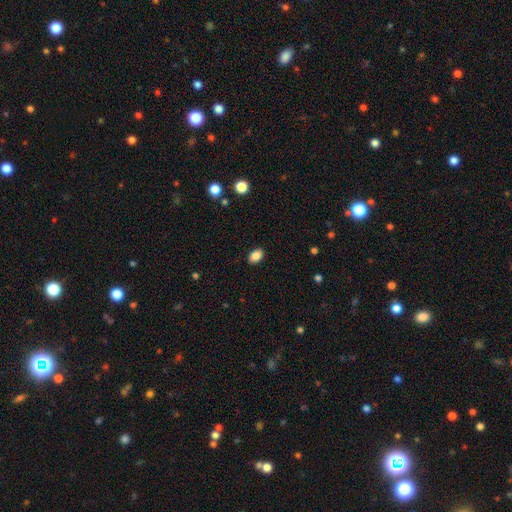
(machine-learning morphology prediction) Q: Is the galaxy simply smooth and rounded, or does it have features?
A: smooth — 87%.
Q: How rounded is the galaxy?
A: in between — 83%.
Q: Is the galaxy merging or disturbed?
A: none — 89%.